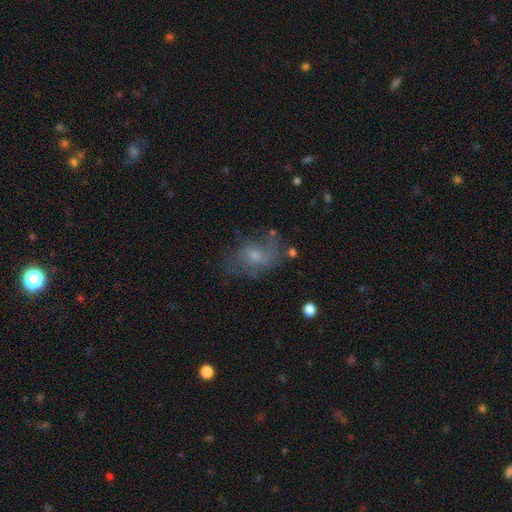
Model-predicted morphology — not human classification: The model was most divided on "bulge size": moderate: 43%, small: 40%, none: 10%, large: 5%, dominant: 1%. More confident: edge-on disk — no (96%); spiral arms — yes (70%); bar — no (61%); smooth or featured — featured or disk (54%); merging — none (54%).